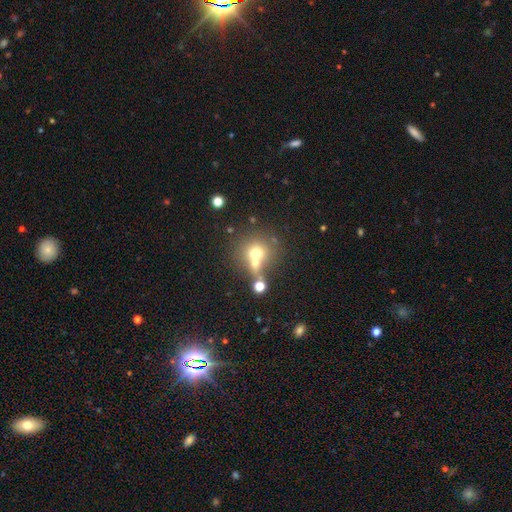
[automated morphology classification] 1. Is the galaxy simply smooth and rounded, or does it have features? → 64% smooth, 19% featured or disk, 16% star or artifact.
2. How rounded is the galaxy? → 85% round, 14% in between, 1% cigar-shaped.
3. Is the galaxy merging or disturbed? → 43% none, 42% merger, 9% minor disturbance, 6% major disturbance.